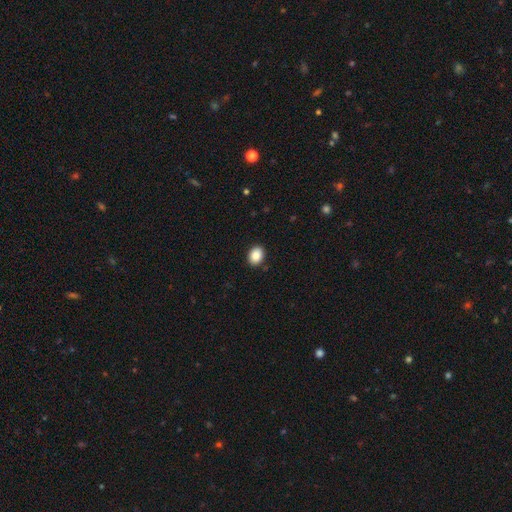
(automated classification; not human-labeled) Smooth or featured? smooth (88%)
How rounded? in between (64%)
Merging? none (90%)